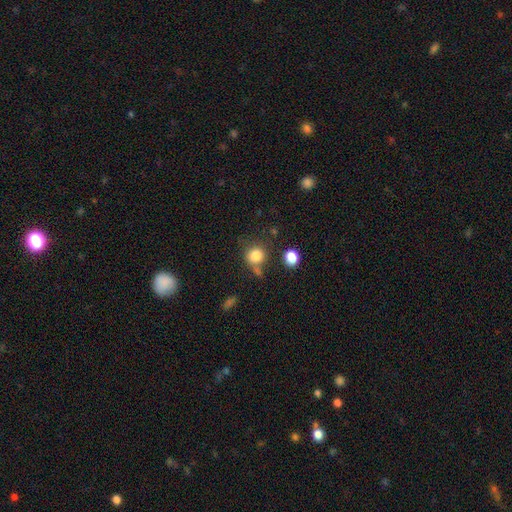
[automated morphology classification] smooth-or-featured: smooth: 82% | star or artifact: 11% | featured or disk: 6%
  how-rounded: round: 85% | in between: 14% | cigar-shaped: 1%
  merging: none: 59% | merger: 17% | minor disturbance: 16% | major disturbance: 8%